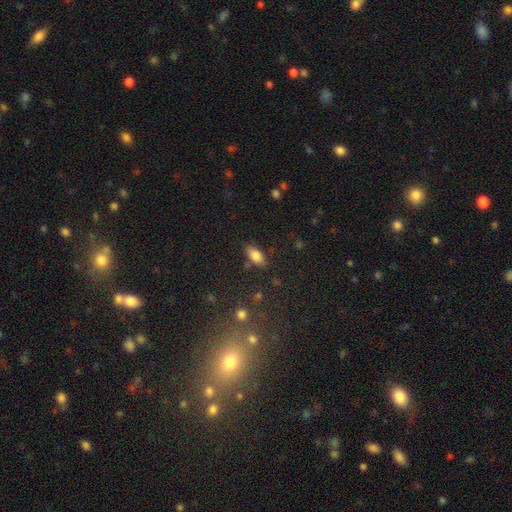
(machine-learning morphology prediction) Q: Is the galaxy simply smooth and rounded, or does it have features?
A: smooth — 80%.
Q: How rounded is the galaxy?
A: in between — 87%.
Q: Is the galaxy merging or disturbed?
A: none — 81%.